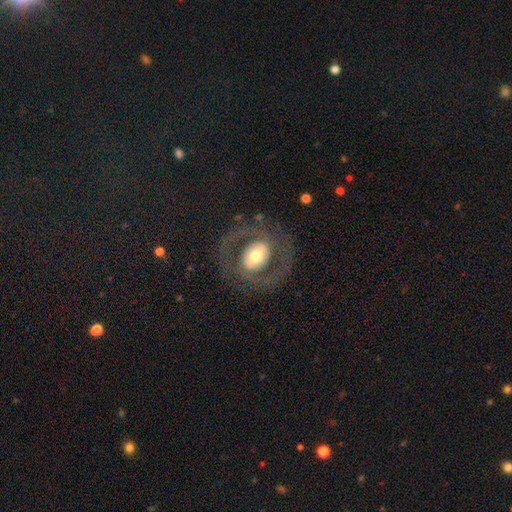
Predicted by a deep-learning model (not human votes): featured or disk 70%, smooth 24%, star or artifact 6%. Down the decision tree: edge-on disk — no (96%); bar — no (49%); spiral arms — yes (62%); bulge size — moderate (58%); merging — none (75%).